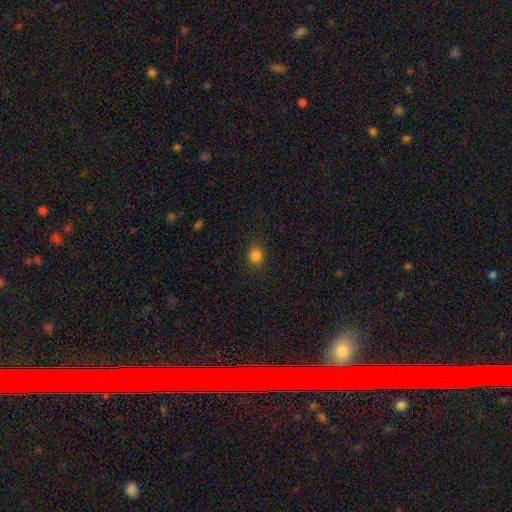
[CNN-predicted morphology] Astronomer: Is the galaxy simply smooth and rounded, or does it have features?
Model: smooth — 84%.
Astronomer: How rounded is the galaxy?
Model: round — 76%.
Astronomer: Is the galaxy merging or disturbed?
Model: none — 86%.